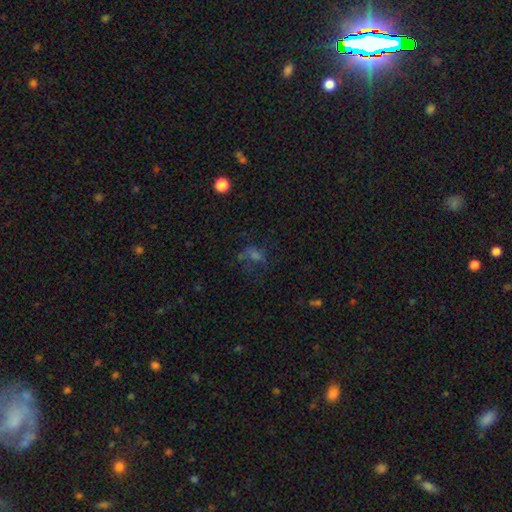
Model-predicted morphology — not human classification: Smooth or featured? Predicted: smooth (p=0.41). Merging? Predicted: none (p=0.45).